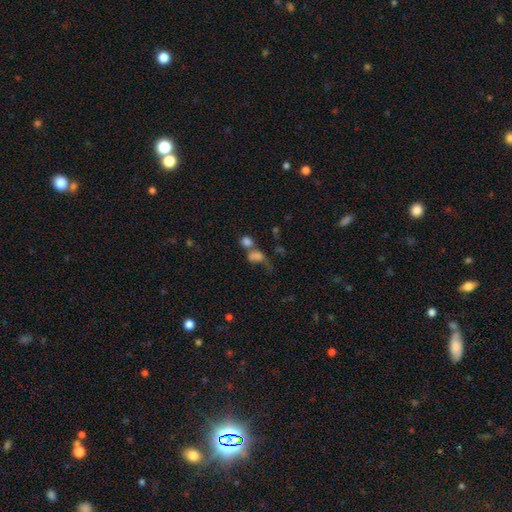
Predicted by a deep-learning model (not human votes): Smooth or featured? Predicted: smooth (p=0.66). How rounded? Predicted: in between (p=0.53). Merging? Predicted: merger (p=0.49).